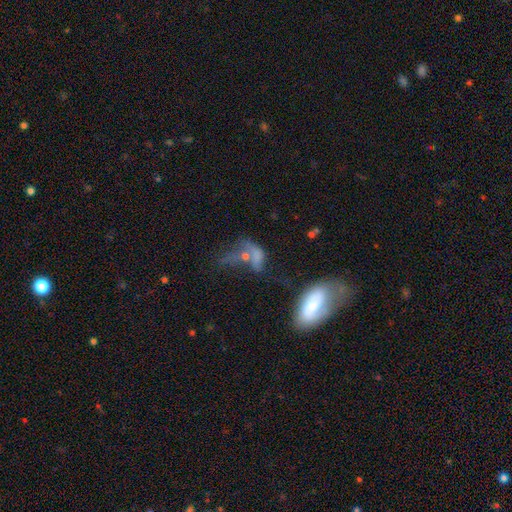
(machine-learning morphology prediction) Smooth or featured?
  - smooth: 42% *
  - featured or disk: 38%
  - star or artifact: 20%
Merging?
  - merger: 35% *
  - major disturbance: 28%
  - none: 23%
  - minor disturbance: 14%